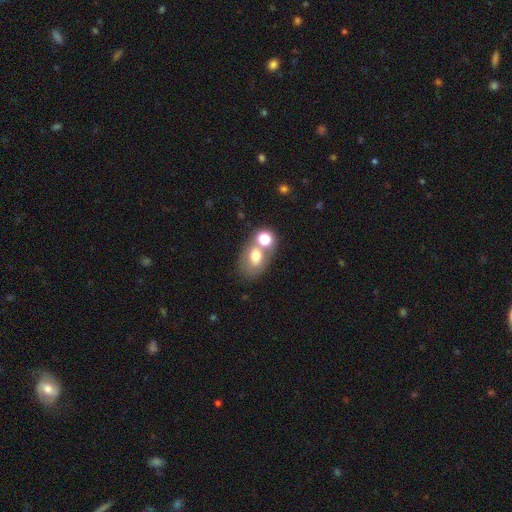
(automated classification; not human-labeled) Smooth or featured?
  - smooth: 66% *
  - featured or disk: 21%
  - star or artifact: 13%
How rounded?
  - in between: 66% *
  - round: 33%
  - cigar-shaped: 1%
Merging?
  - none: 43% *
  - merger: 37%
  - minor disturbance: 12%
  - major disturbance: 7%